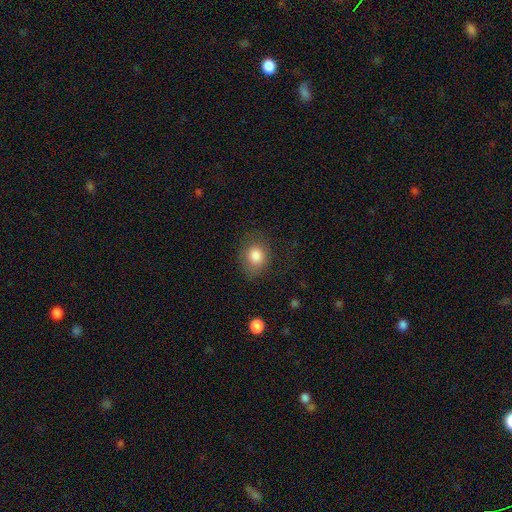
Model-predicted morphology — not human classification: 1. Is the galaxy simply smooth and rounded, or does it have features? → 83% smooth, 9% star or artifact, 8% featured or disk.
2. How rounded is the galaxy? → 59% round, 40% in between, 1% cigar-shaped.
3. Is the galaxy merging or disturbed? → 70% none, 19% minor disturbance, 9% major disturbance, 2% merger.